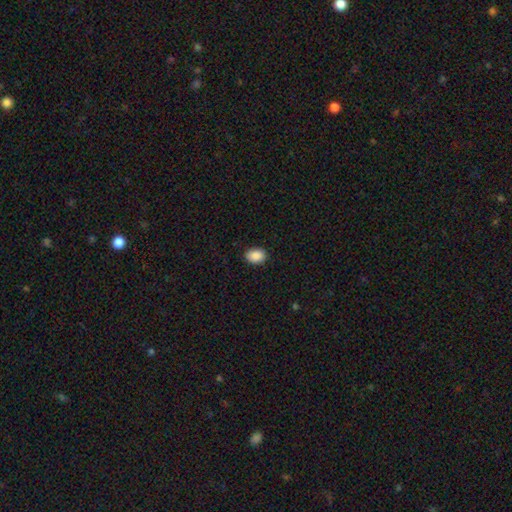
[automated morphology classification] Smooth or featured? smooth (90%)
How rounded? in between (76%)
Merging? none (87%)